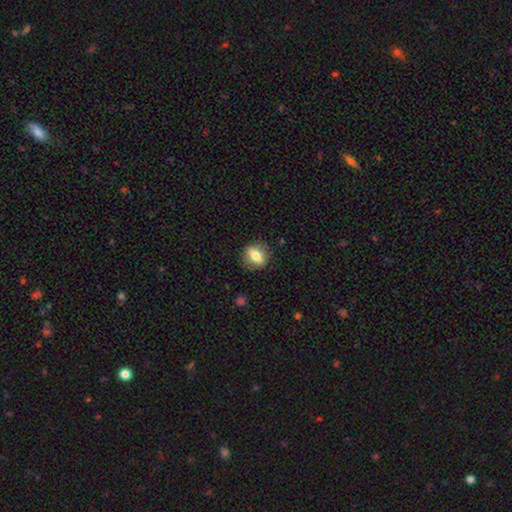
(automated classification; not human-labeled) Overall: smooth (66%; featured or disk 26%). How rounded: round (55%; in between 41%). Merging: none (86%).